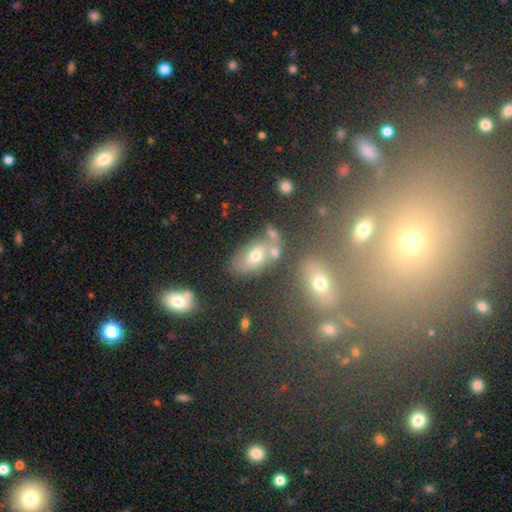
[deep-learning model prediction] Smooth or featured? smooth (60%)
How rounded? in between (82%)
Merging? none (51%)